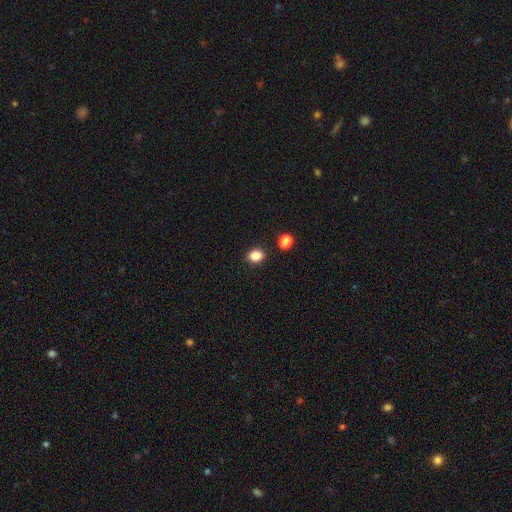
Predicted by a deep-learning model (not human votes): Smooth or featured?
  - smooth: 86% *
  - star or artifact: 10%
  - featured or disk: 4%
How rounded?
  - in between: 66% *
  - round: 33%
  - cigar-shaped: 1%
Merging?
  - none: 84% *
  - minor disturbance: 9%
  - merger: 5%
  - major disturbance: 3%